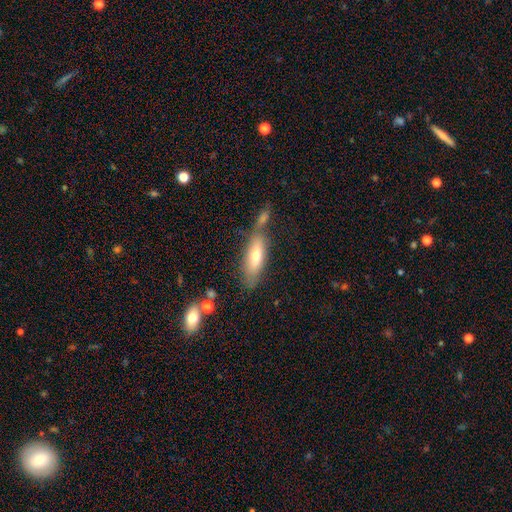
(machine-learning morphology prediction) This appears to be a smooth galaxy with no disk features (66%) that is in between round and cigar-shaped (54%). Merging: none (56%).